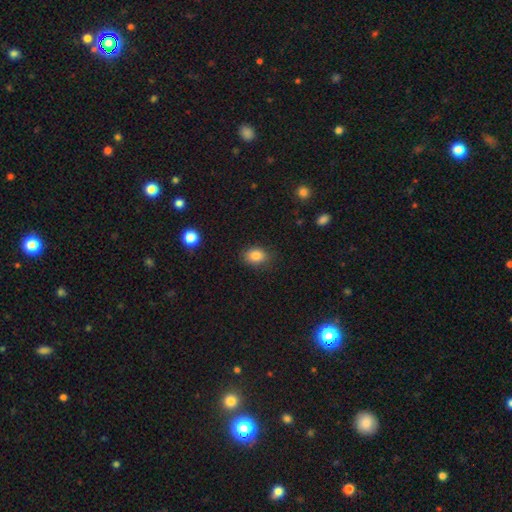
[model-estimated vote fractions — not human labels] A smooth galaxy with no disk features (85%) that is in between round and cigar-shaped (67%).

Vote fractions:
- Smooth or featured? smooth: 85% / star or artifact: 10% / featured or disk: 5%
- How rounded? in between: 67% / round: 32% / cigar-shaped: 1%
- Merging? none: 83% / minor disturbance: 13% / major disturbance: 3% / merger: 1%